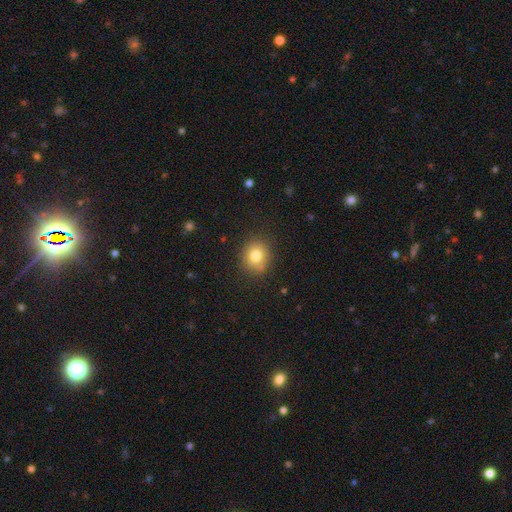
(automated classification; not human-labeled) smooth_or_featured: smooth (p=0.79) [alt: star or artifact p=0.11]
how_rounded: round (p=0.77) [alt: in between p=0.23]
merging: none (p=0.82) [alt: minor disturbance p=0.12]